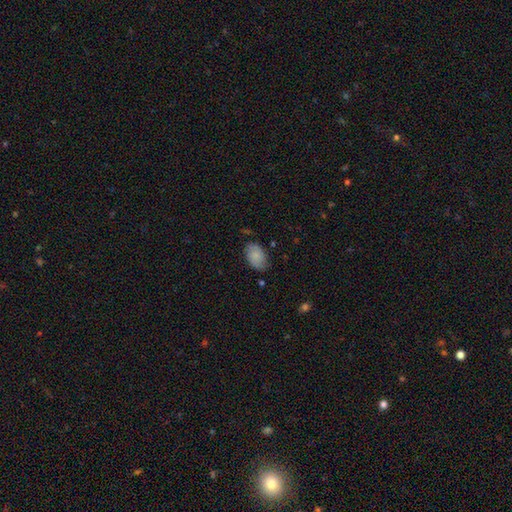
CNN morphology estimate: Q: Smooth or featured?
A: smooth (78%); runner-up: featured or disk (15%)
Q: How rounded?
A: in between (91%); runner-up: round (8%)
Q: Merging?
A: none (72%); runner-up: minor disturbance (22%)